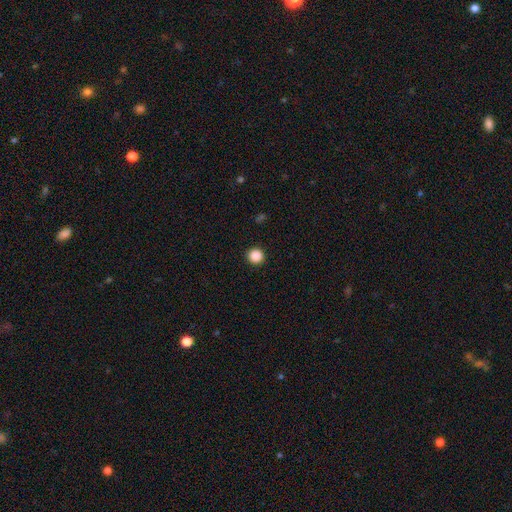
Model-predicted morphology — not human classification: smooth-or-featured: smooth: 88% | star or artifact: 10% | featured or disk: 2%
  how-rounded: round: 95% | in between: 4% | cigar-shaped: 1%
  merging: none: 94% | minor disturbance: 4% | major disturbance: 2% | merger: 1%